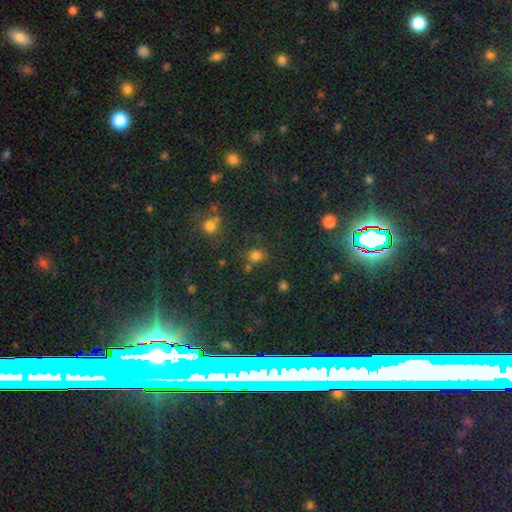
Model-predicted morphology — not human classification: A smooth galaxy with no disk features (72%) that is round (78%).

Vote fractions:
- Smooth or featured? smooth: 72% / star or artifact: 22% / featured or disk: 6%
- How rounded? round: 78% / in between: 20% / cigar-shaped: 1%
- Merging? none: 72% / minor disturbance: 12% / merger: 11% / major disturbance: 5%